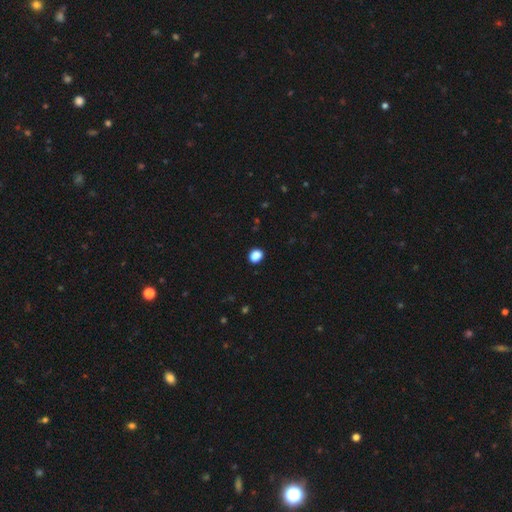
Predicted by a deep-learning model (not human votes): Smooth or featured: smooth — 87% (star or artifact — 10%)
How rounded: round — 53% (in between — 46%)
Merging: none — 89% (minor disturbance — 8%)